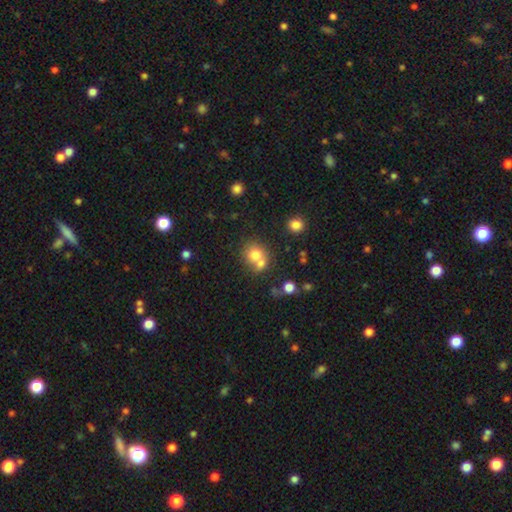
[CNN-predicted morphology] type=smooth (74%); roundness=round (79%); merging=merger (48%).